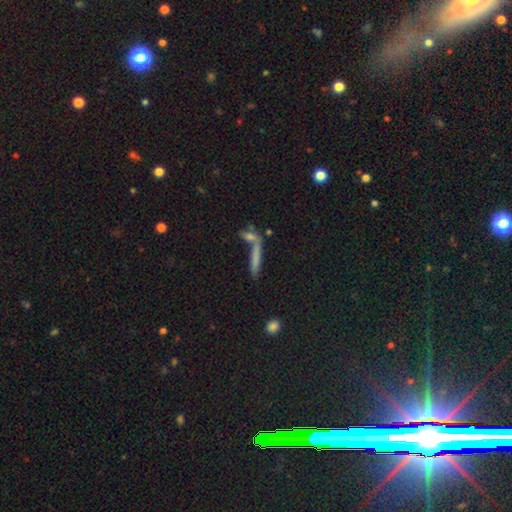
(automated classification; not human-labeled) Smooth or featured?
  - smooth: 62% *
  - featured or disk: 26%
  - star or artifact: 12%
How rounded?
  - cigar-shaped: 87% *
  - in between: 10%
  - round: 3%
Merging?
  - none: 51% *
  - merger: 31%
  - minor disturbance: 11%
  - major disturbance: 7%